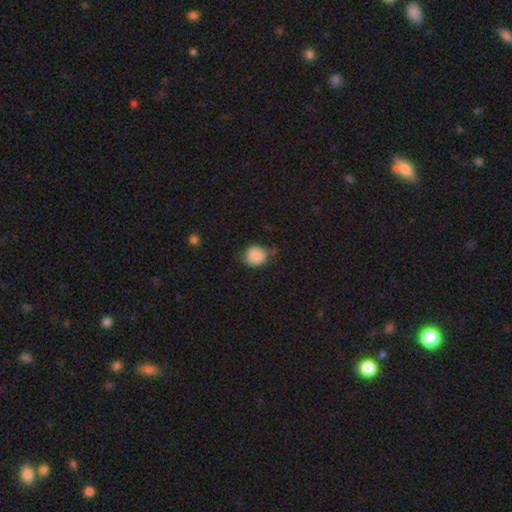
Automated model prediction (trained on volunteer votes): A smooth galaxy with no disk features (84%) that is round (82%). Merging: none (63%).